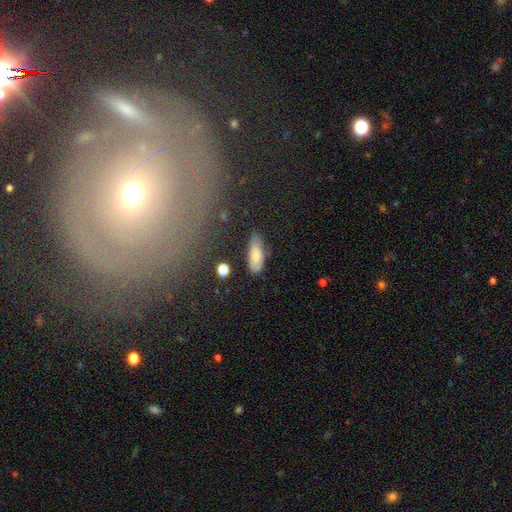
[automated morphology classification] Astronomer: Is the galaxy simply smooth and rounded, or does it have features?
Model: smooth — 81%.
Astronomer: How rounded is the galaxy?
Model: in between — 75%.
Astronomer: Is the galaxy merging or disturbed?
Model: none — 71%.